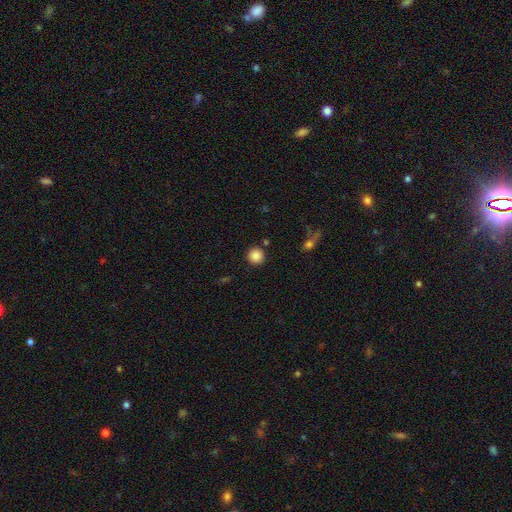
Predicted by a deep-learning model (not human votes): smooth-or-featured: smooth: 86% | star or artifact: 10% | featured or disk: 4%
  how-rounded: round: 94% | in between: 5% | cigar-shaped: 1%
  merging: none: 89% | minor disturbance: 6% | merger: 3% | major disturbance: 2%